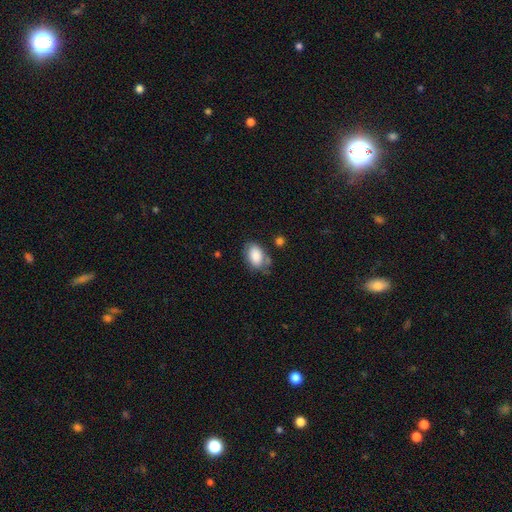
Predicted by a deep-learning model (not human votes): Smooth or featured?
  - smooth: 82% *
  - featured or disk: 11%
  - star or artifact: 7%
How rounded?
  - in between: 89% *
  - round: 9%
  - cigar-shaped: 1%
Merging?
  - none: 58% *
  - minor disturbance: 26%
  - major disturbance: 8%
  - merger: 8%